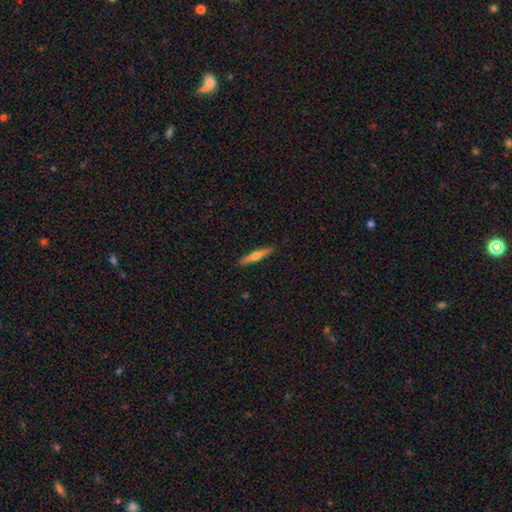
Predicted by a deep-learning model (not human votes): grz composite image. It shows a featured or disk galaxy (47%, tied with smooth). Merging: none (91%).